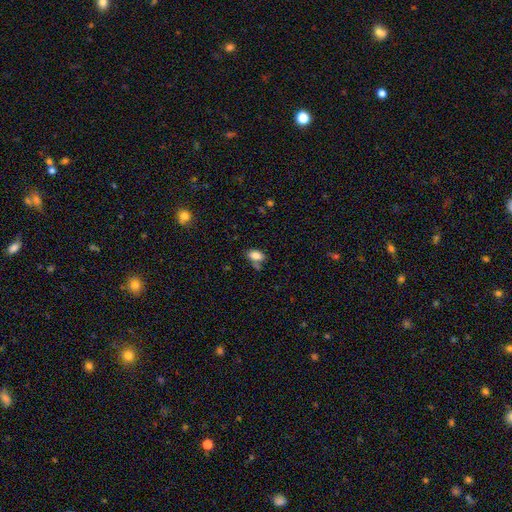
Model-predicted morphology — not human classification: Smooth or featured: smooth — 83% (star or artifact — 9%)
How rounded: in between — 90% (round — 7%)
Merging: none — 58% (minor disturbance — 21%)